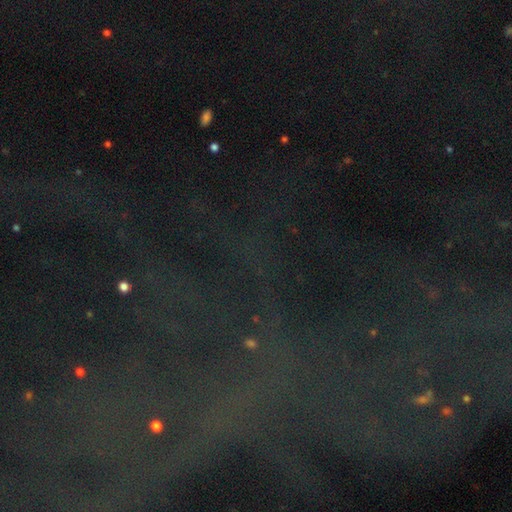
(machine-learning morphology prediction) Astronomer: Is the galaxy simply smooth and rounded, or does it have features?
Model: star or artifact — 80%.